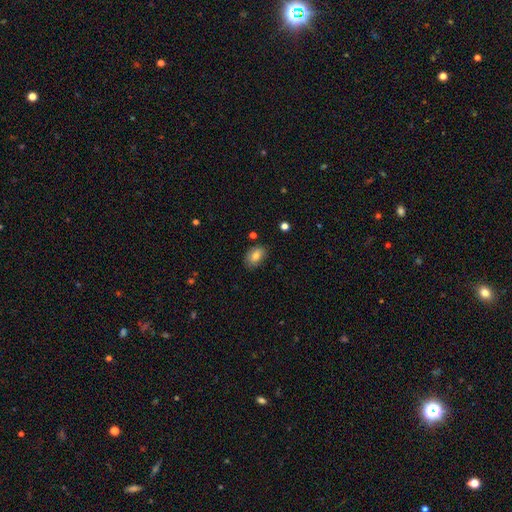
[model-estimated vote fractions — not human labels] Overall: smooth (78%). How rounded: in between (85%). Merging: none (81%).